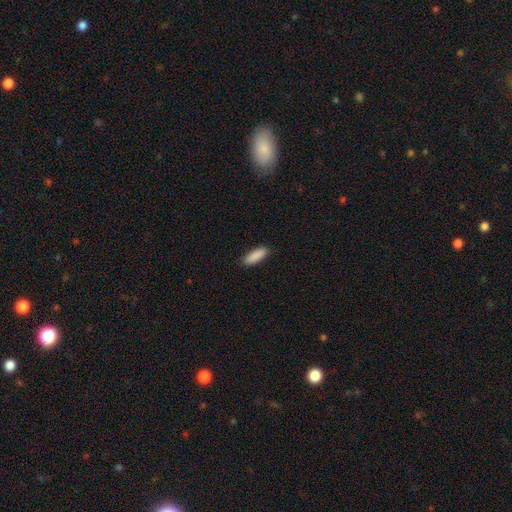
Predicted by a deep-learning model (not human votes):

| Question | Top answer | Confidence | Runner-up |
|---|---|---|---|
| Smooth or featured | smooth | 90% | star or artifact (6%) |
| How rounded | in between | 56% | cigar-shaped (42%) |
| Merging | none | 89% | minor disturbance (8%) |